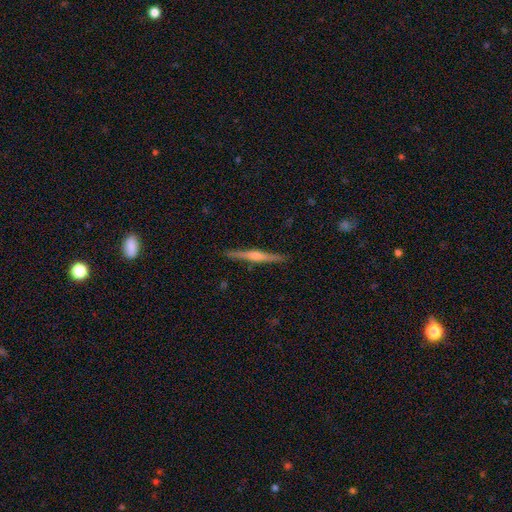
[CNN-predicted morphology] This is likely a featured or disk galaxy (79%). It is clearly viewed edge-on (98%). Edge-on bulge: clearly rounded (83%). Merging: clearly none (91%).